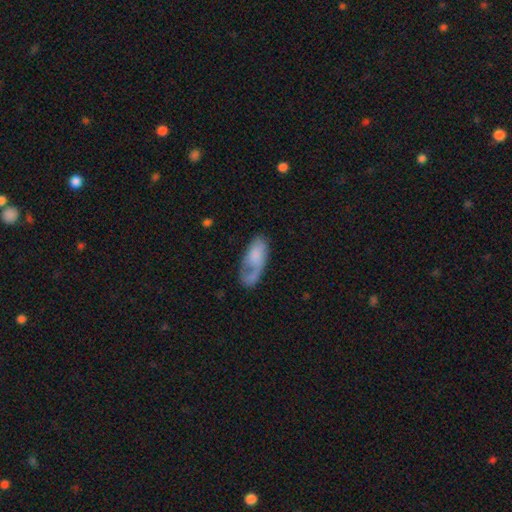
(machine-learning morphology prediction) Overall: smooth (61%; featured or disk 32%). How rounded: in between (90%). Merging: major disturbance (34%, tied with none).